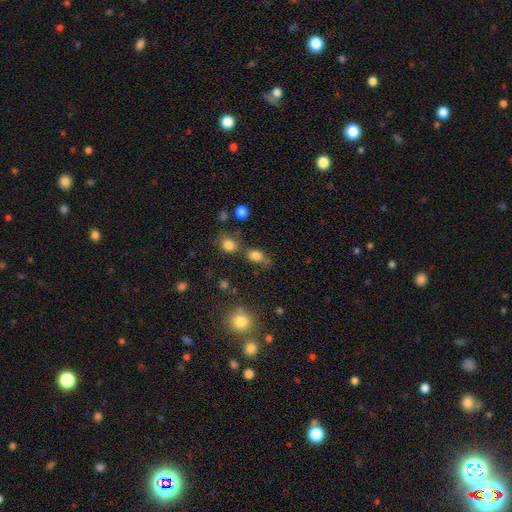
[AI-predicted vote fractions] This is likely a smooth galaxy (79%). How rounded: likely in between (62%). Merging: possibly none (53%).